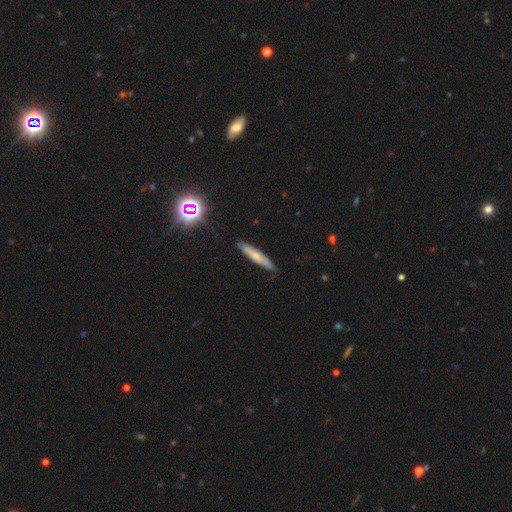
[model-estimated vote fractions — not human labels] Smooth or featured? smooth (61%)
How rounded? cigar-shaped (90%)
Merging? none (84%)